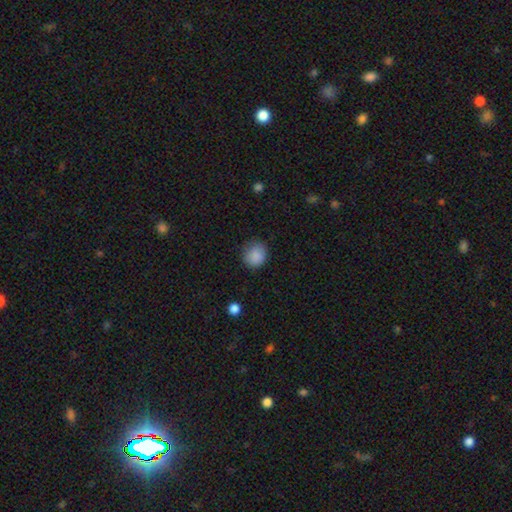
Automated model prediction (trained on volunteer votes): The model was most divided on "how rounded": round: 78%, in between: 21%, cigar-shaped: 1%. More confident: smooth or featured — smooth (87%); merging — none (78%).